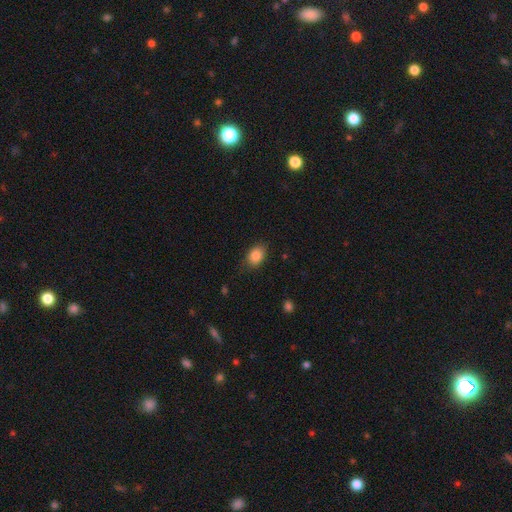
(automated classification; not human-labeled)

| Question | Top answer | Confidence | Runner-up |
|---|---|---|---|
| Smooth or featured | smooth | 86% | star or artifact (8%) |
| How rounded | in between | 76% | round (23%) |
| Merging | none | 80% | minor disturbance (15%) |